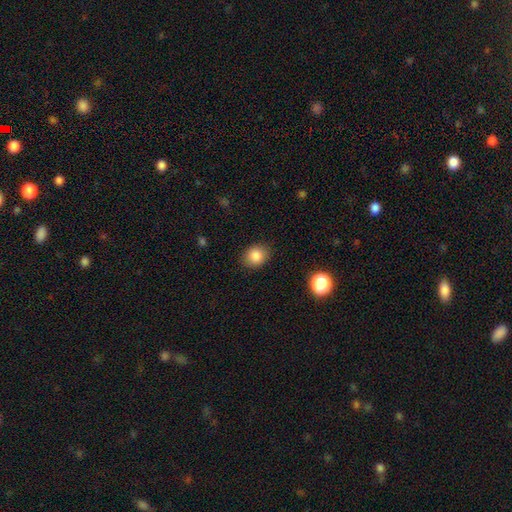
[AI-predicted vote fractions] The model was most divided on "how rounded": round: 55%, in between: 44%, cigar-shaped: 1%. More confident: merging — none (85%); smooth or featured — smooth (85%).